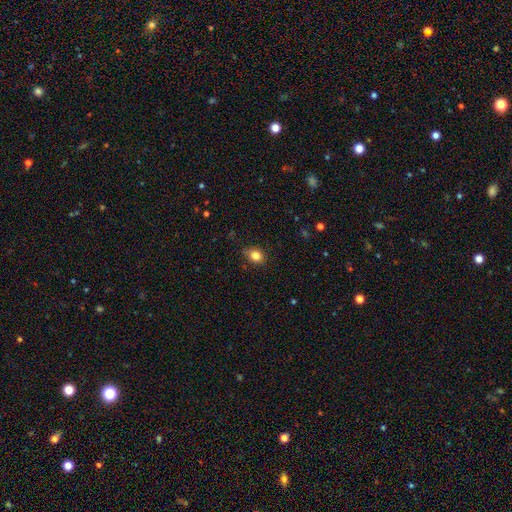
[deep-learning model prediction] Morphology: type=smooth (83%); roundness=round (61%); merging=none (77%).